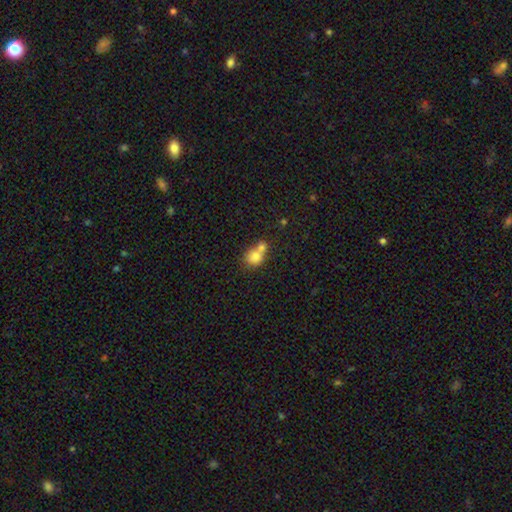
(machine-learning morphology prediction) type=smooth (79%); roundness=round (74%); merging=merger (59%).